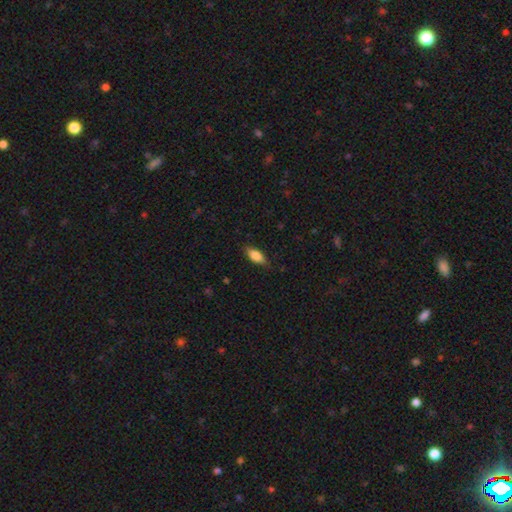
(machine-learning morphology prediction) Q: Smooth or featured?
A: smooth (81%); runner-up: featured or disk (12%)
Q: How rounded?
A: in between (80%); runner-up: cigar-shaped (17%)
Q: Merging?
A: none (82%); runner-up: minor disturbance (14%)